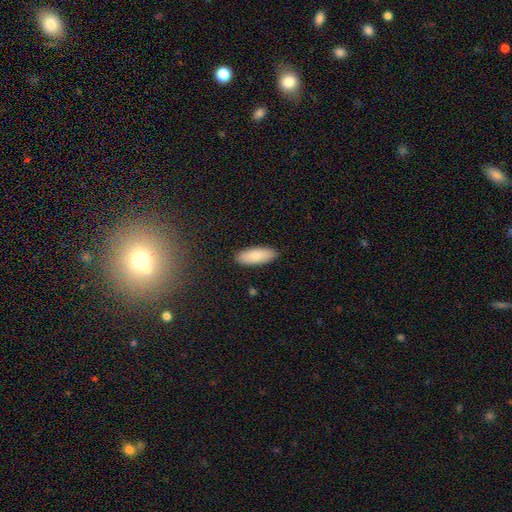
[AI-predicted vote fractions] This appears to be a smooth galaxy with no disk features (85%) that is in between round and cigar-shaped (76%). Merging: none (89%).